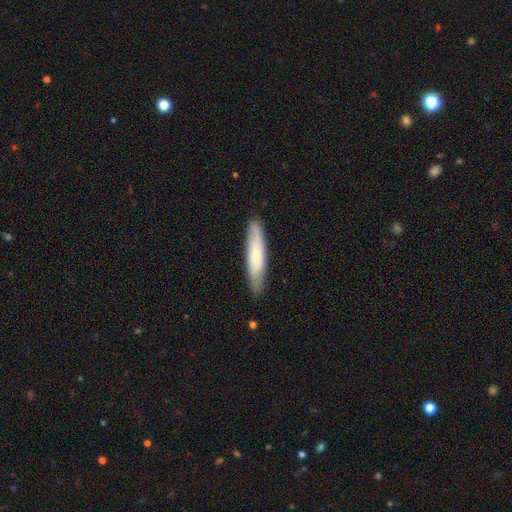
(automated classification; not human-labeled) This appears to be a smooth galaxy with no disk features (64%) that is cigar-shaped (86%). Merging: none (86%).